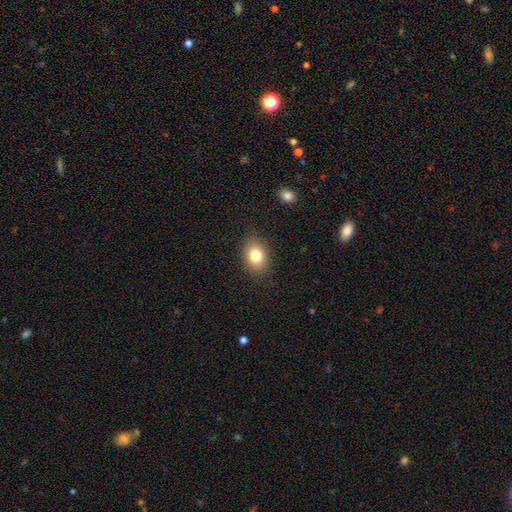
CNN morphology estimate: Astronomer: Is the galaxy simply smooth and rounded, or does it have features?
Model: smooth — 81%.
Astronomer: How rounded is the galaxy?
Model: in between — 73%.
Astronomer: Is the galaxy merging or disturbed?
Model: none — 86%.